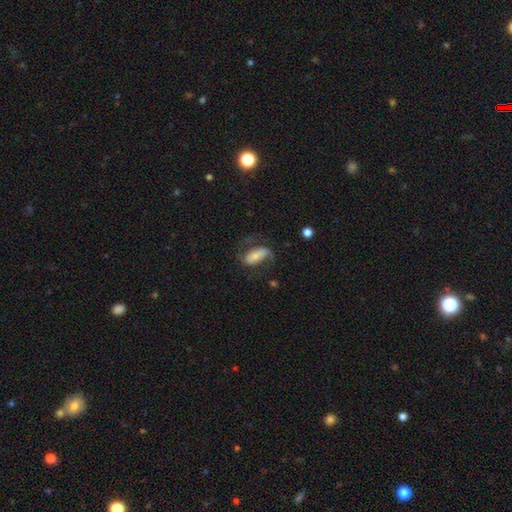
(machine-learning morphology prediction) smooth-or-featured: featured or disk: 56% | smooth: 36% | star or artifact: 7%
  disk-edge-on: no: 91% | yes: 9%
    bar: strong: 44% | no: 29% | weak: 27%
    has-spiral-arms: yes: 84% | no: 16%
    bulge-size: small: 46% | moderate: 35% | large: 10% | none: 6% | dominant: 3%
  merging: none: 55% | major disturbance: 22% | minor disturbance: 21% | merger: 2%